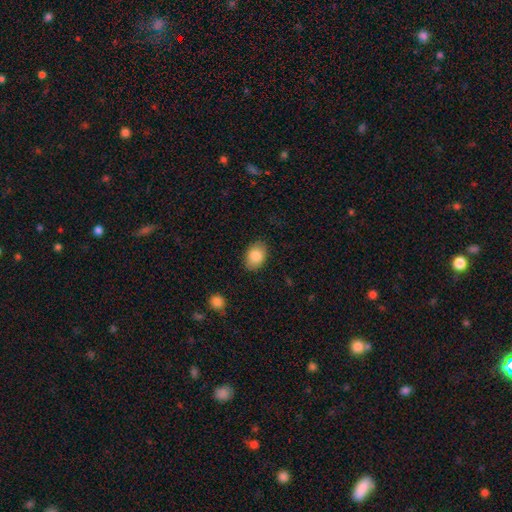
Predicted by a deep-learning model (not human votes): Q: Smooth or featured?
A: smooth (85%); runner-up: star or artifact (7%)
Q: How rounded?
A: in between (81%); runner-up: round (18%)
Q: Merging?
A: none (84%); runner-up: minor disturbance (12%)